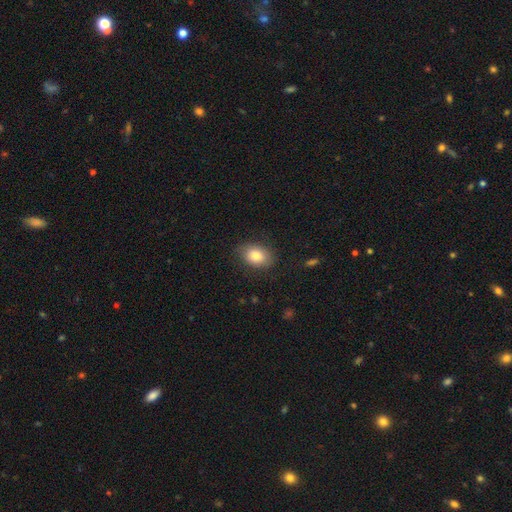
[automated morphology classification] smooth-or-featured: smooth: 82% | featured or disk: 10% | star or artifact: 8%
  how-rounded: in between: 78% | round: 21% | cigar-shaped: 1%
  merging: none: 82% | minor disturbance: 13% | major disturbance: 3% | merger: 1%